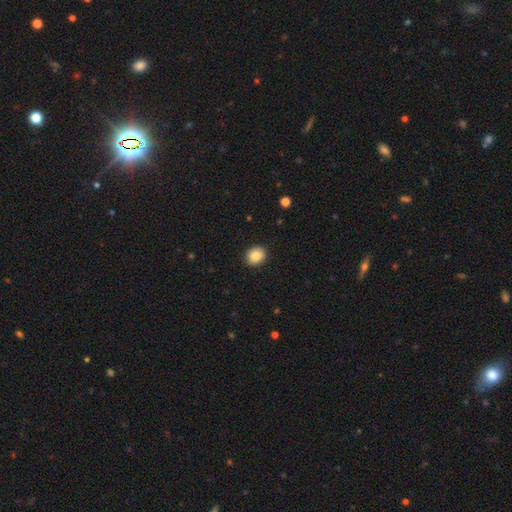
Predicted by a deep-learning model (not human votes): Q: Smooth or featured?
A: smooth (86%); runner-up: star or artifact (9%)
Q: How rounded?
A: round (62%); runner-up: in between (37%)
Q: Merging?
A: none (91%); runner-up: minor disturbance (6%)